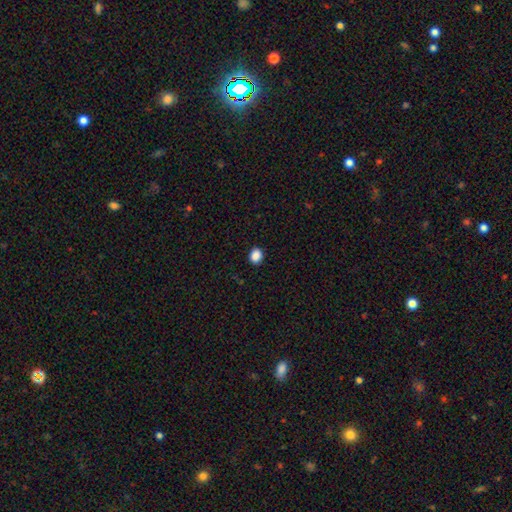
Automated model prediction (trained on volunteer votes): Morphology: type=smooth (88%); roundness=round (56%); merging=none (91%).